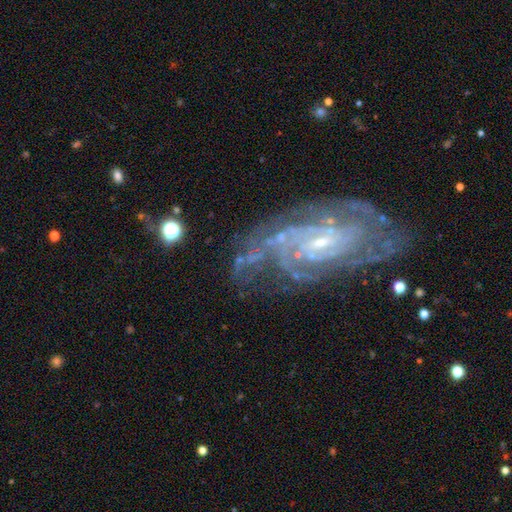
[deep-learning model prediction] Smooth or featured?
  - featured or disk: 87% *
  - star or artifact: 8%
  - smooth: 6%
Edge-on disk?
  - no: 95% *
  - yes: 5%
Bar?
  - no: 50% *
  - weak: 37%
  - strong: 13%
Spiral arms?
  - yes: 96% *
  - no: 4%
Spiral winding?
  - tight: 66% *
  - medium: 28%
  - loose: 6%
Spiral arm count?
  - can't tell: 32% *
  - 4: 20%
  - 3: 16%
  - 2: 14%
  - more than 4: 12%
  - 1: 7%
Bulge size?
  - small: 80% *
  - moderate: 14%
  - none: 3%
  - large: 1%
  - dominant: 1%
Merging?
  - none: 68% *
  - minor disturbance: 19%
  - major disturbance: 10%
  - merger: 3%